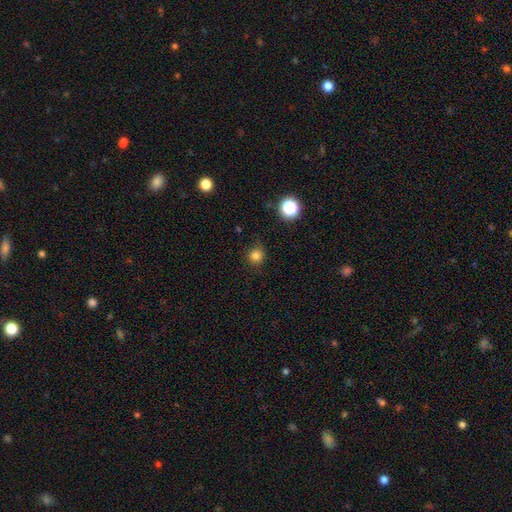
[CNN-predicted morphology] smooth-or-featured: smooth: 81% | star or artifact: 15% | featured or disk: 4%
  how-rounded: round: 90% | in between: 9% | cigar-shaped: 1%
  merging: none: 84% | minor disturbance: 11% | major disturbance: 3% | merger: 1%